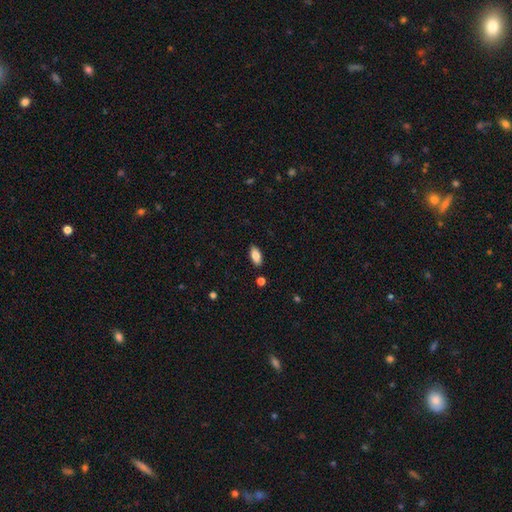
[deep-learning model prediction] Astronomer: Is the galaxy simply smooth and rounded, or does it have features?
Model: smooth — 83%.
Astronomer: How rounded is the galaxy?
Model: in between — 88%.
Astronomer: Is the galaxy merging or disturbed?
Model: none — 87%.